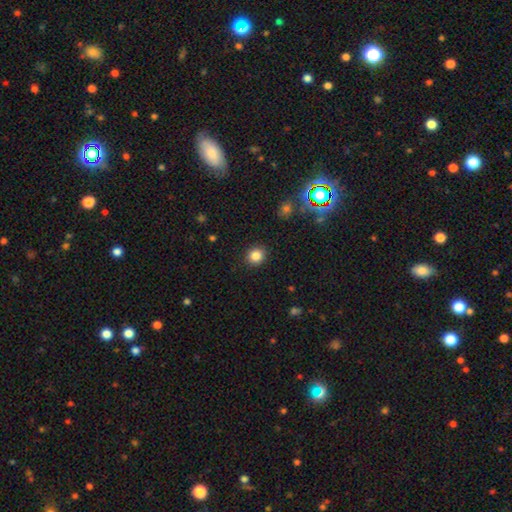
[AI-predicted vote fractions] The model was most divided on "how rounded": round: 85%, in between: 14%, cigar-shaped: 1%. More confident: merging — none (91%); smooth or featured — smooth (83%).